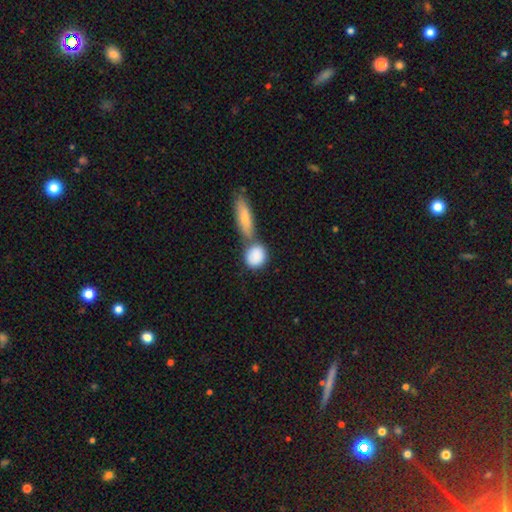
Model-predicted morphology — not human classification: This is clearly a smooth galaxy (84%). How rounded: likely round (69%). Merging: possibly none (49%).